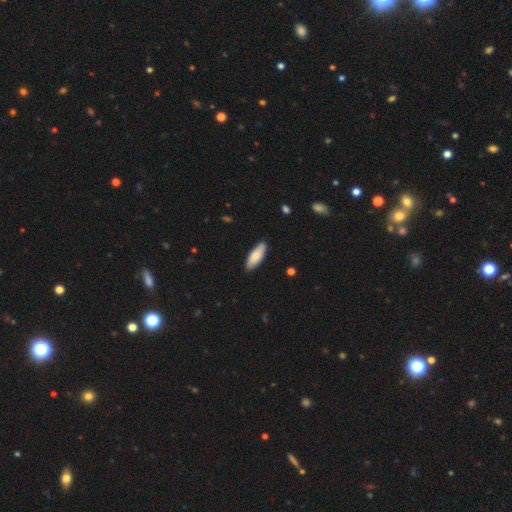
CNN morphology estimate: The model was most divided on "how rounded": in between: 64%, cigar-shaped: 35%, round: 2%. More confident: merging — none (87%); smooth or featured — smooth (80%).